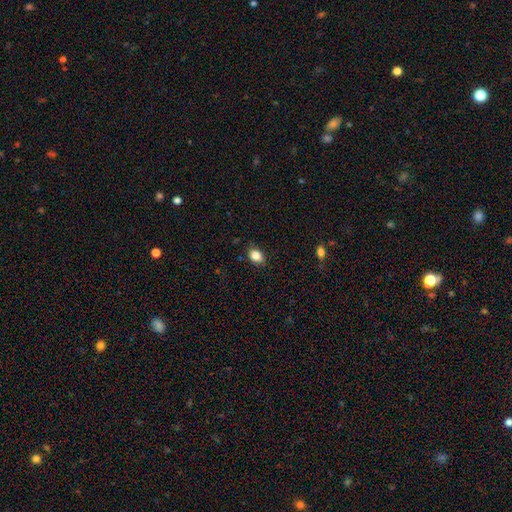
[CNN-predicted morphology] A smooth galaxy with no disk features (84%) that is in between round and cigar-shaped (71%). Merging: none (82%).